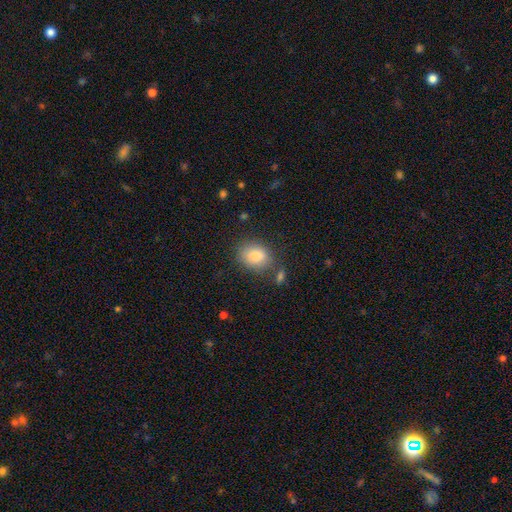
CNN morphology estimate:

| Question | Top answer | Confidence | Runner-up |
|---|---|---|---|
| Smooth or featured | smooth | 84% | star or artifact (9%) |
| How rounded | in between | 66% | round (33%) |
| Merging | none | 75% | minor disturbance (15%) |